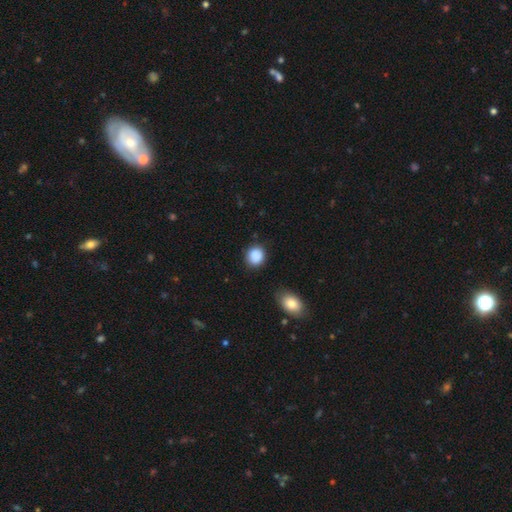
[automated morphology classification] smooth_or_featured: smooth (p=0.88) [alt: star or artifact p=0.08]
how_rounded: round (p=0.78) [alt: in between p=0.21]
merging: none (p=0.83) [alt: minor disturbance p=0.12]